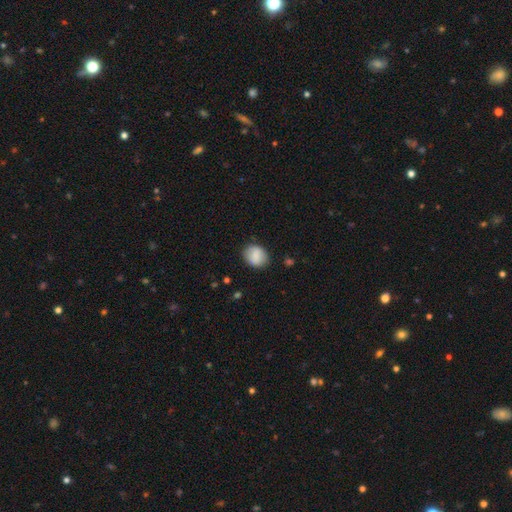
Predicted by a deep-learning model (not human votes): Smooth or featured? Predicted: smooth (p=0.83). How rounded? Predicted: round (p=0.51). Merging? Predicted: none (p=0.82).